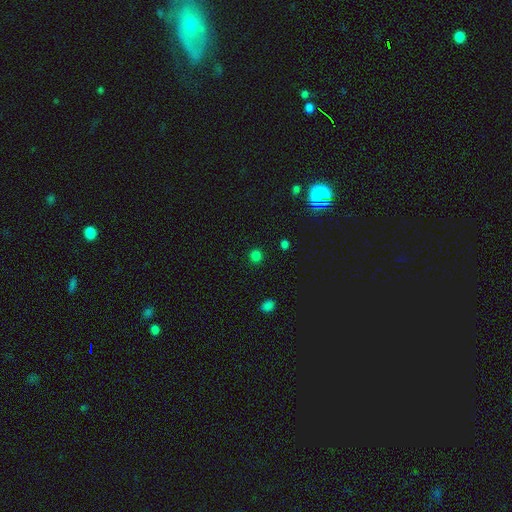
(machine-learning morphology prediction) smooth-or-featured: smooth: 77% | star or artifact: 19% | featured or disk: 4%
  how-rounded: round: 93% | in between: 6% | cigar-shaped: 1%
  merging: none: 90% | minor disturbance: 6% | major disturbance: 2% | merger: 2%